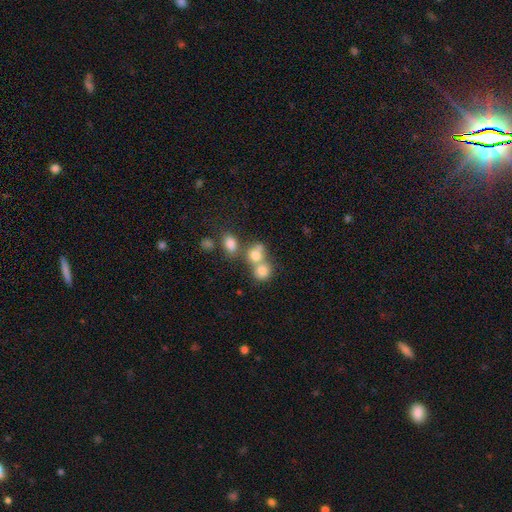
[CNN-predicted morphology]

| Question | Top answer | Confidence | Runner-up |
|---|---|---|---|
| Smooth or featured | smooth | 73% | star or artifact (14%) |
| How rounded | round | 69% | in between (30%) |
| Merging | merger | 50% | none (38%) |